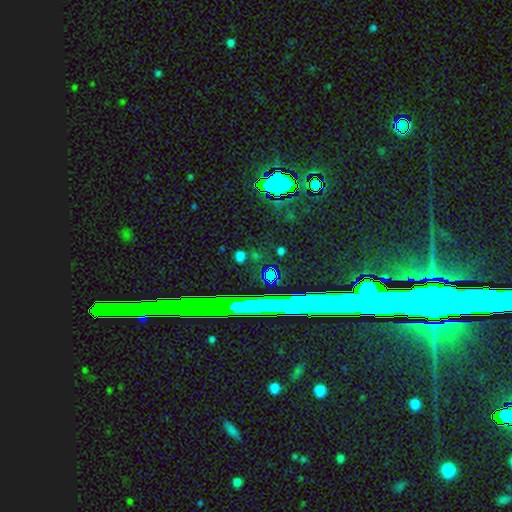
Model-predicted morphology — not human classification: Overall: star or artifact (67%).